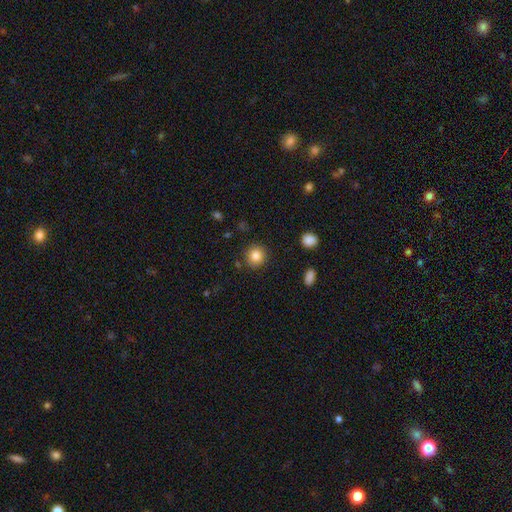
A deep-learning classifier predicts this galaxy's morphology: Smooth or featured?
  - smooth: 84% *
  - star or artifact: 10%
  - featured or disk: 6%
How rounded?
  - round: 90% *
  - in between: 9%
  - cigar-shaped: 1%
Merging?
  - none: 88% *
  - minor disturbance: 7%
  - major disturbance: 2%
  - merger: 2%